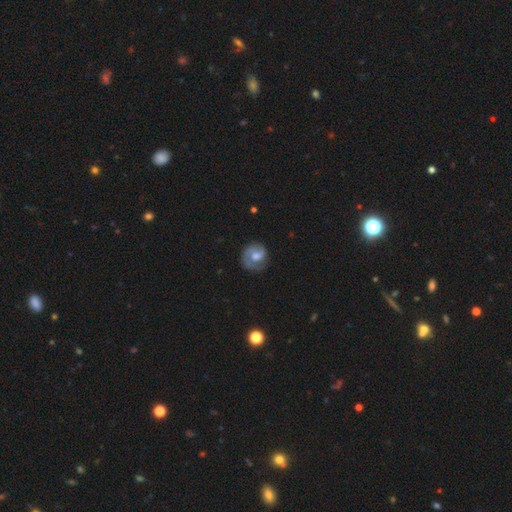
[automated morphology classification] A featured or disk galaxy (70%) with no bar (51%), 2 (55%) medium (42%) spiral arms (91%) and a moderate central bulge (60%). Merging: none (68%).